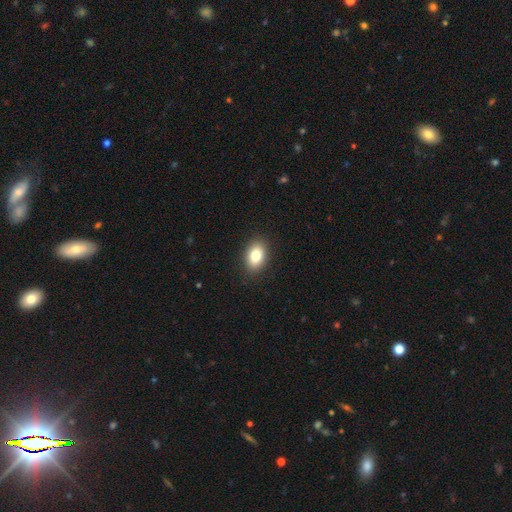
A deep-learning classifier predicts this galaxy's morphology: Overall: smooth (81%). How rounded: in between (83%). Merging: none (89%).